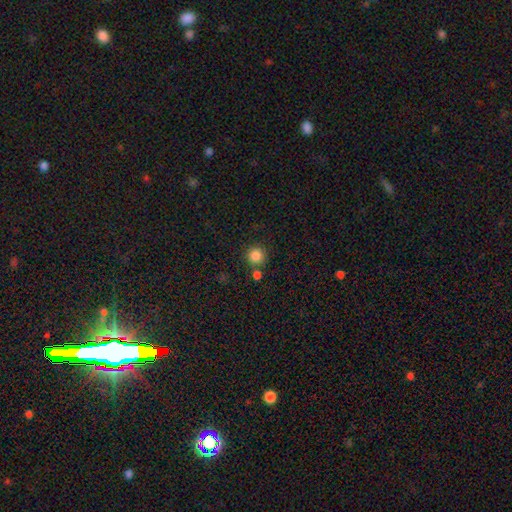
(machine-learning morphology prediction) smooth-or-featured: smooth: 85% | star or artifact: 11% | featured or disk: 4%
  how-rounded: round: 94% | in between: 5% | cigar-shaped: 1%
  merging: none: 78% | merger: 11% | minor disturbance: 8% | major disturbance: 3%